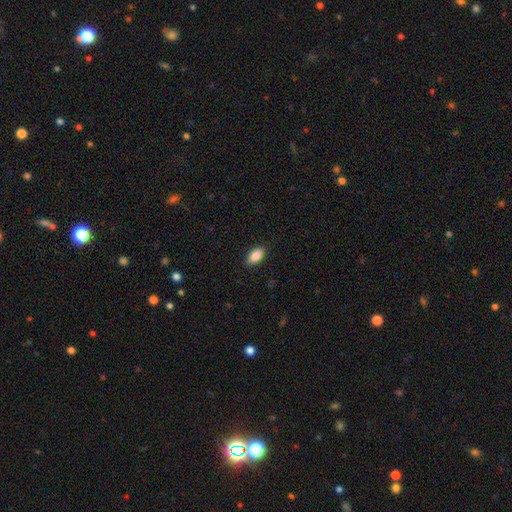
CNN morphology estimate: type=smooth (89%); roundness=in between (91%); merging=none (88%).